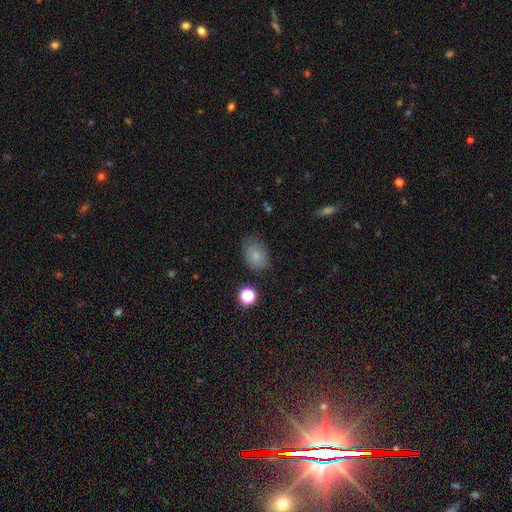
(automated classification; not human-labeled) A smooth galaxy with no disk features (77%) that is in between round and cigar-shaped (69%).

Vote fractions:
- Smooth or featured? smooth: 77% / star or artifact: 12% / featured or disk: 11%
- How rounded? in between: 69% / round: 29% / cigar-shaped: 1%
- Merging? none: 70% / minor disturbance: 22% / major disturbance: 6% / merger: 2%